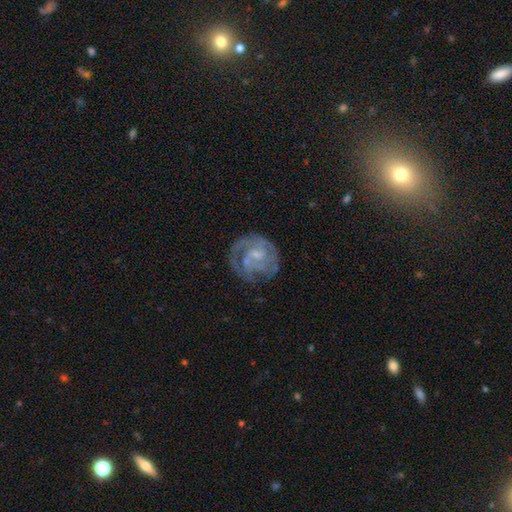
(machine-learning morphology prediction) Smooth or featured: featured or disk — 73% (smooth — 19%)
Edge-on disk: no — 98% (yes — 2%)
Bar: no — 54% (weak — 39%)
Spiral arms: yes — 76% (no — 24%)
Spiral winding: tight — 57% (medium — 32%)
Spiral arm count: can't tell — 42% (2 — 23%)
Bulge size: small — 49% (moderate — 30%)
Merging: none — 61% (minor disturbance — 20%)